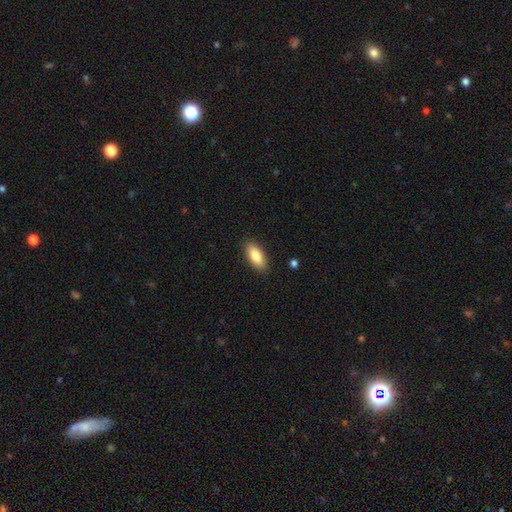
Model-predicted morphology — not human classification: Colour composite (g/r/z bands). It shows a smooth galaxy with no disk features (84%) that is in between round and cigar-shaped (86%). Merging: none (89%).